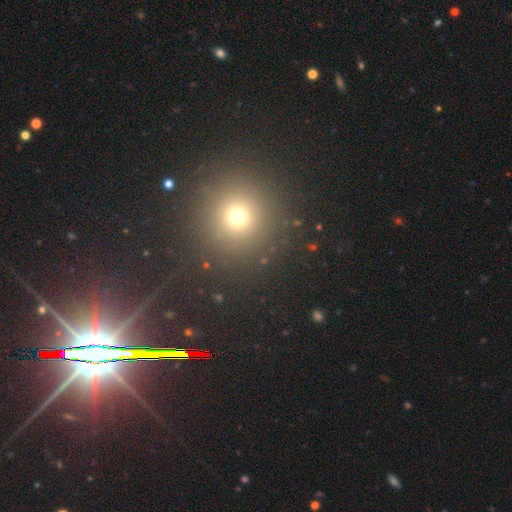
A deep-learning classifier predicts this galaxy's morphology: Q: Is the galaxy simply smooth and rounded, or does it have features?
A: star or artifact — 43%.